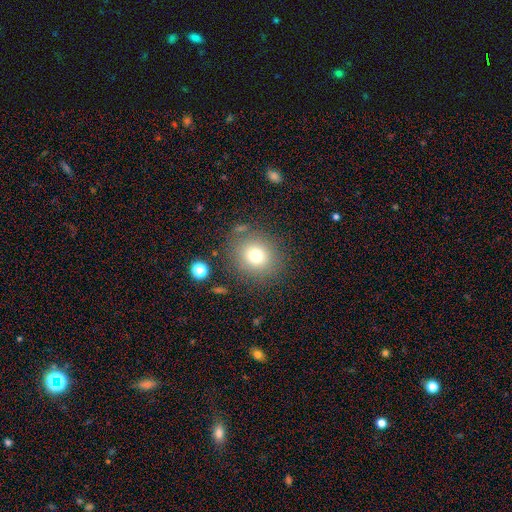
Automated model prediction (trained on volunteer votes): This appears to be a smooth galaxy with no disk features (73%) that is round (80%). Merging: none (79%).